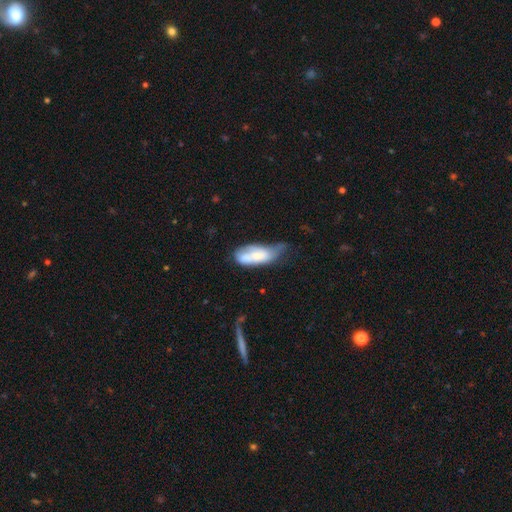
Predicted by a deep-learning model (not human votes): Q: Smooth or featured?
A: smooth (58%); runner-up: featured or disk (34%)
Q: How rounded?
A: in between (84%); runner-up: cigar-shaped (13%)
Q: Merging?
A: minor disturbance (31%); runner-up: major disturbance (24%)